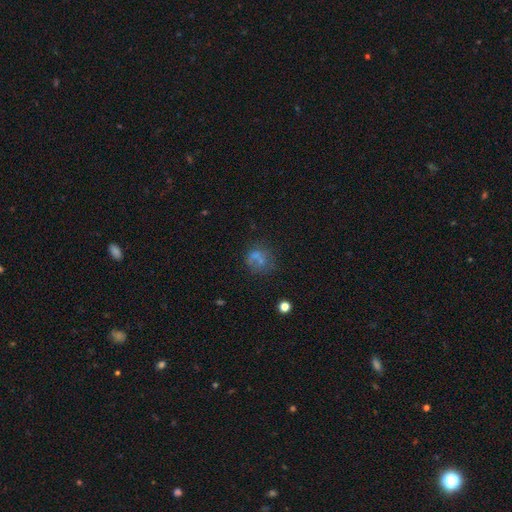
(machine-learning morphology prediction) Smooth or featured? smooth (48%)
Merging? none (53%)